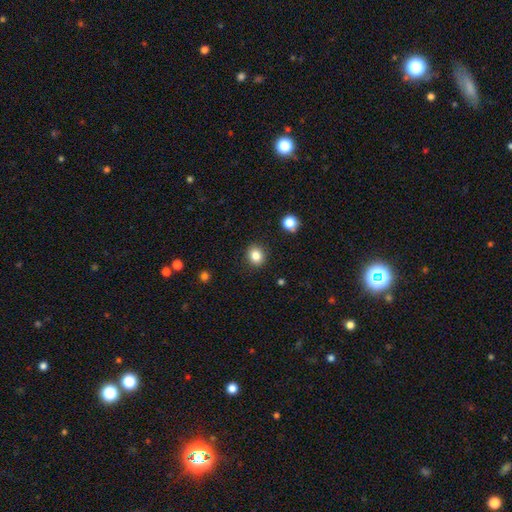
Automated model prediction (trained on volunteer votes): Smooth or featured? Predicted: smooth (p=0.84). How rounded? Predicted: round (p=0.72). Merging? Predicted: none (p=0.90).